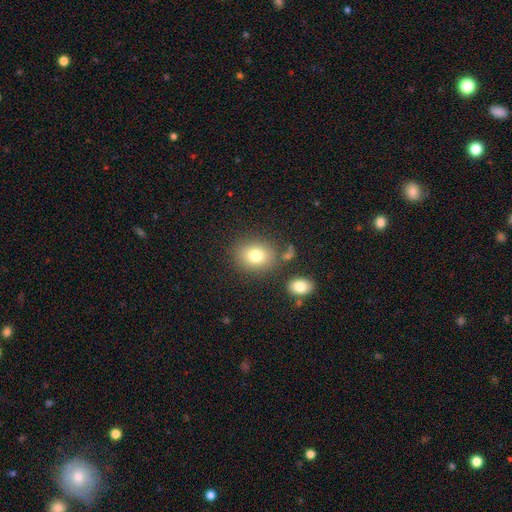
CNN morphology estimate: A smooth galaxy with no disk features (79%) that is round (58%). Merging: none (77%).